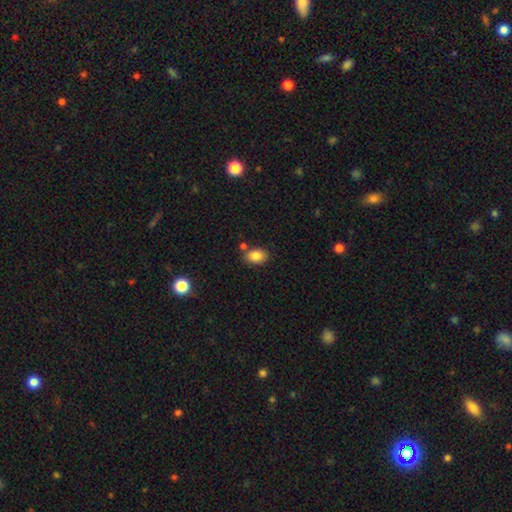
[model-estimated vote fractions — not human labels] A smooth galaxy with no disk features (85%) that is in between round and cigar-shaped (80%). Merging: none (74%).